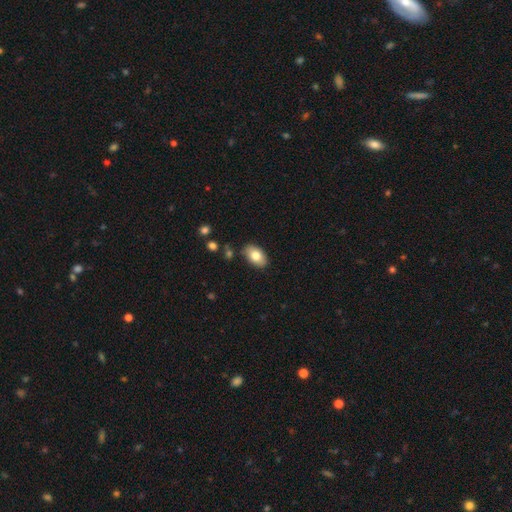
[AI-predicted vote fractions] This appears to be a smooth galaxy with no disk features (80%) that is in between round and cigar-shaped (92%). Merging: none (84%).